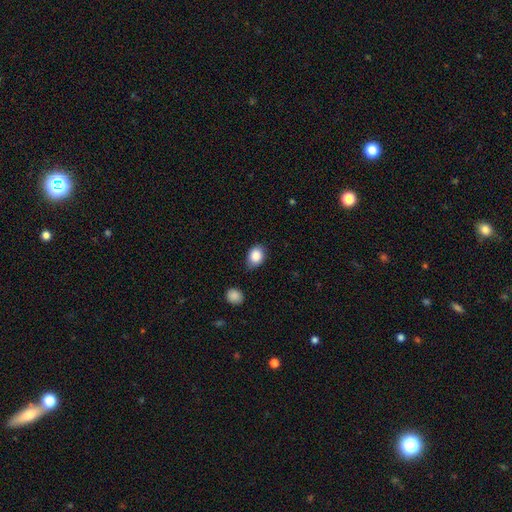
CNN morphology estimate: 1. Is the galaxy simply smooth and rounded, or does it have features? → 87% smooth, 8% star or artifact, 4% featured or disk.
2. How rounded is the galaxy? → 57% in between, 42% round, 1% cigar-shaped.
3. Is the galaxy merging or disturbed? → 72% none, 21% minor disturbance, 4% major disturbance, 3% merger.